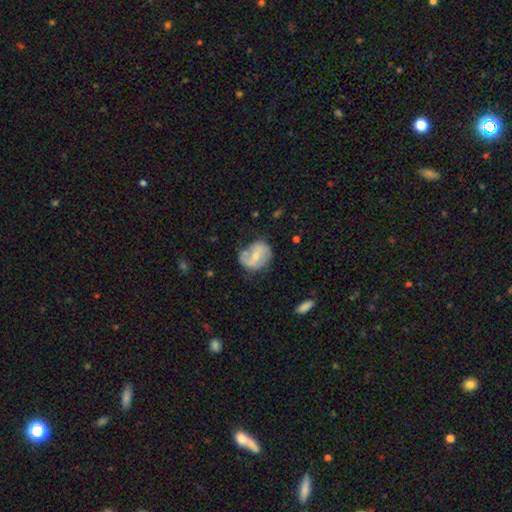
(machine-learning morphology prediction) Smooth or featured? Predicted: featured or disk (p=0.64). Edge-on disk? Predicted: no (p=0.97). Bar? Predicted: weak (p=0.48). Spiral arms? Predicted: yes (p=0.76). Bulge size? Predicted: small (p=0.52). Merging? Predicted: none (p=0.55).